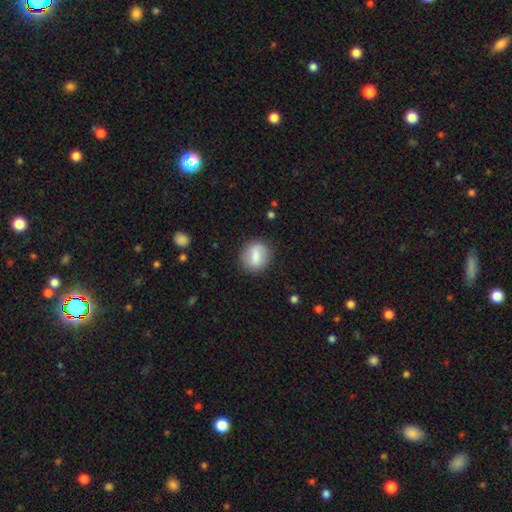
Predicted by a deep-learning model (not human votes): Q: Smooth or featured?
A: smooth (74%); runner-up: featured or disk (18%)
Q: How rounded?
A: round (64%); runner-up: in between (34%)
Q: Merging?
A: none (83%); runner-up: minor disturbance (12%)